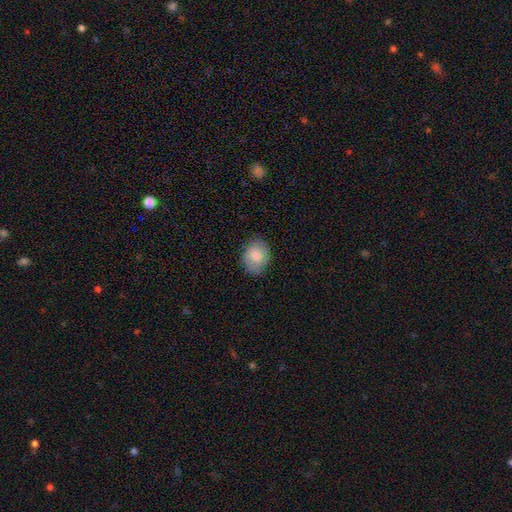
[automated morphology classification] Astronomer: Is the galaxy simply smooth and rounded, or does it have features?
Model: smooth — 77%.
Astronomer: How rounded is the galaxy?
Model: in between — 61% (runner-up: round, 38%).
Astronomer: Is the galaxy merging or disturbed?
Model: none — 81%.